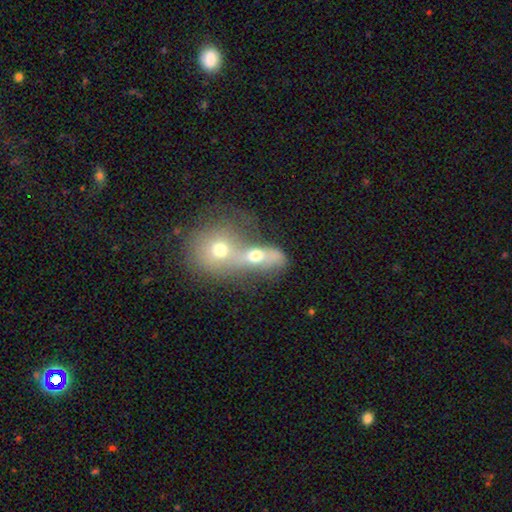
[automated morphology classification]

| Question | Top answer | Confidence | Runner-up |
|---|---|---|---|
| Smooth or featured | smooth | 55% | featured or disk (32%) |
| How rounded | round | 49% | in between (46%) |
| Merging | merger | 78% | none (10%) |